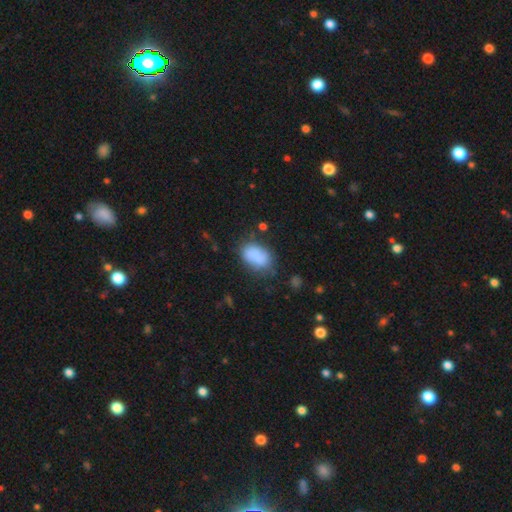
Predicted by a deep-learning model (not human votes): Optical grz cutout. It shows a smooth galaxy with no disk features (83%) that is in between round and cigar-shaped (87%). Merging: none (59%).